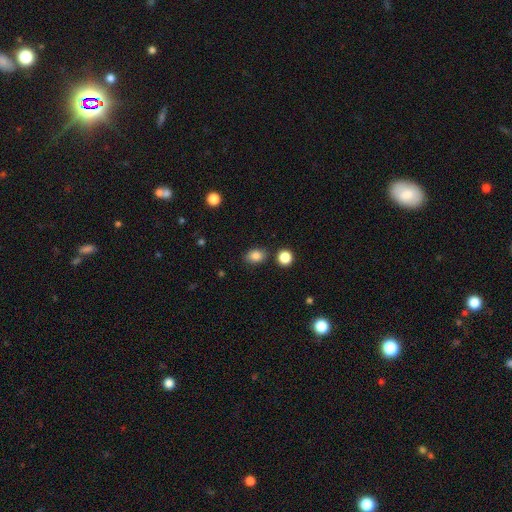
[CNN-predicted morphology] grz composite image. It shows a smooth galaxy with no disk features (85%) that is in between round and cigar-shaped (69%). Merging: none (82%).